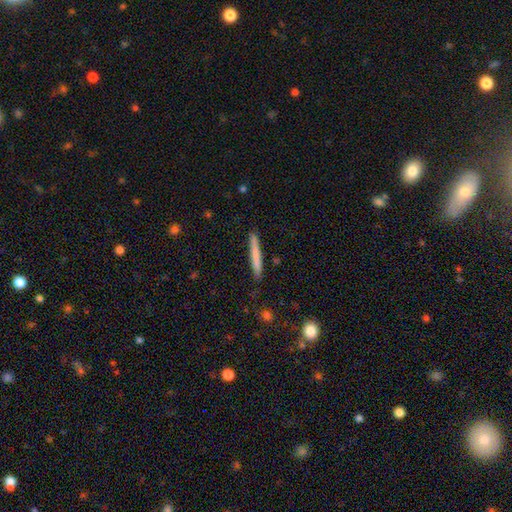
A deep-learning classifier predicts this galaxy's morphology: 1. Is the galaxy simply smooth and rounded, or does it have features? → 71% smooth, 23% featured or disk, 6% star or artifact.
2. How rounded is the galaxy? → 96% cigar-shaped, 2% in between, 1% round.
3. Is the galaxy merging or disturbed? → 87% none, 10% minor disturbance, 2% major disturbance, 1% merger.